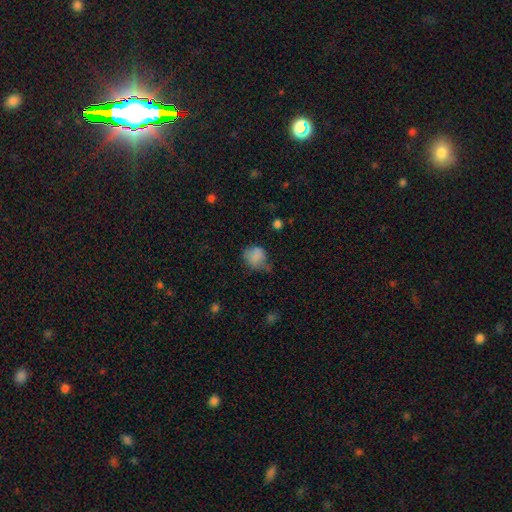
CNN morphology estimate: Smooth or featured? smooth (79%)
How rounded? round (61%)
Merging? none (46%)